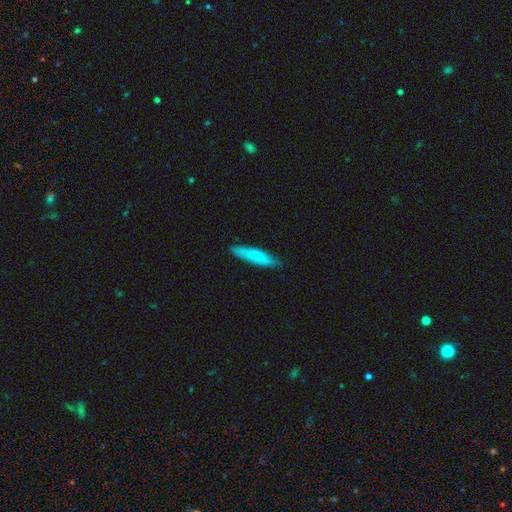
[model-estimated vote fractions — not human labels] The model was most divided on "how rounded": cigar-shaped: 78%, in between: 21%, round: 2%. More confident: merging — none (85%); smooth or featured — smooth (76%).